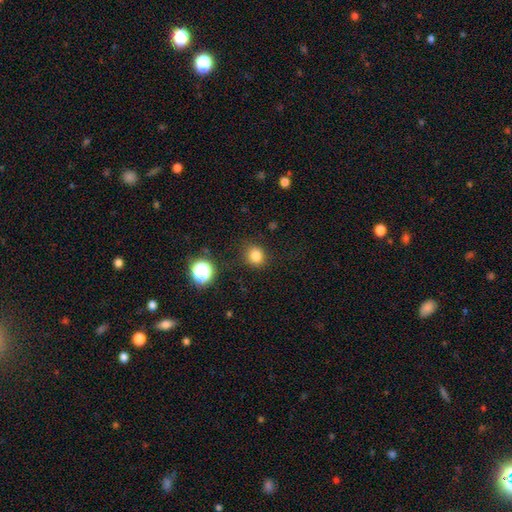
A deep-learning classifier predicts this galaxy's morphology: A smooth galaxy with no disk features (81%) that is round (81%).

Vote fractions:
- Smooth or featured? smooth: 81% / star or artifact: 14% / featured or disk: 4%
- How rounded? round: 81% / in between: 18% / cigar-shaped: 1%
- Merging? none: 84% / minor disturbance: 10% / major disturbance: 4% / merger: 2%